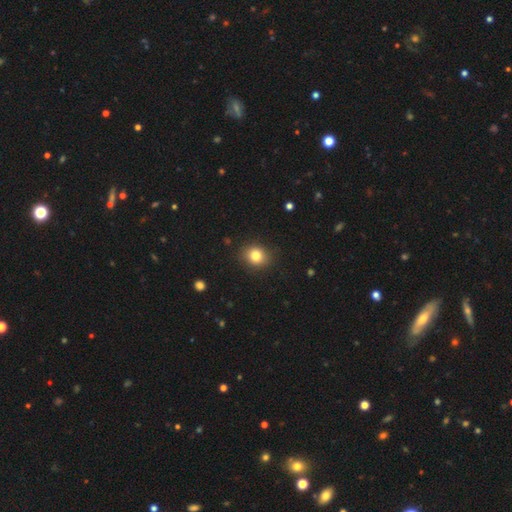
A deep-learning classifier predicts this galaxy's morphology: Smooth or featured? Predicted: smooth (p=0.82). How rounded? Predicted: round (p=0.71). Merging? Predicted: none (p=0.88).